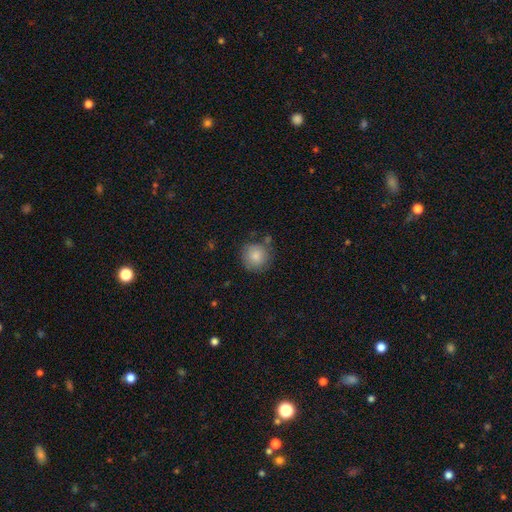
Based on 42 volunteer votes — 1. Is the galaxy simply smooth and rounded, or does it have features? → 83% smooth, 10% star or artifact, 7% featured or disk.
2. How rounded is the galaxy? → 91% round, 9% in between, 0% cigar-shaped.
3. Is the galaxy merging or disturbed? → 68% none, 18% minor disturbance, 11% major disturbance, 3% merger.